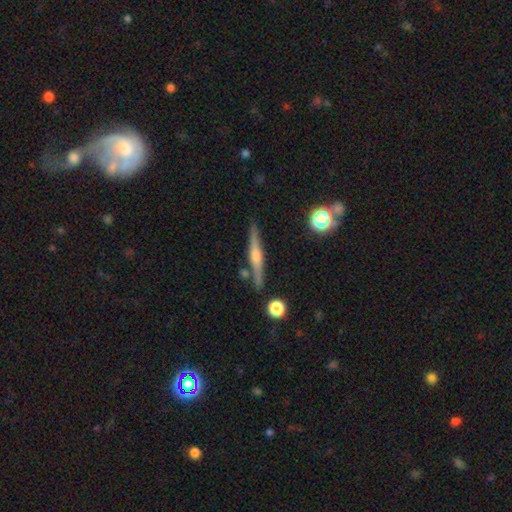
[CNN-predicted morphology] This is likely a featured or disk galaxy (77%). It is clearly viewed edge-on (97%). Edge-on bulge: clearly rounded (82%). Merging: clearly none (85%).